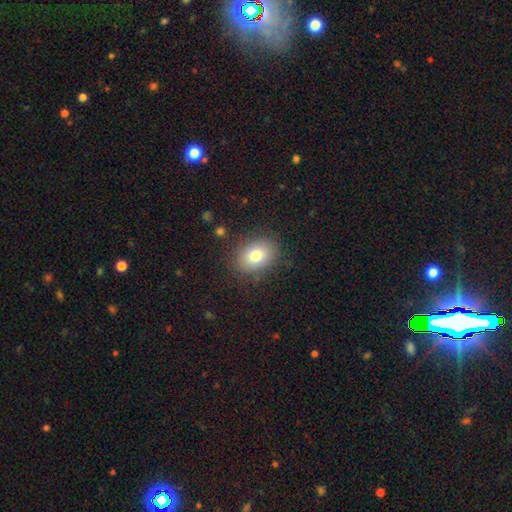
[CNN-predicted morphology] A smooth galaxy with no disk features (76%) that is in between round and cigar-shaped (60%). Merging: none (84%).